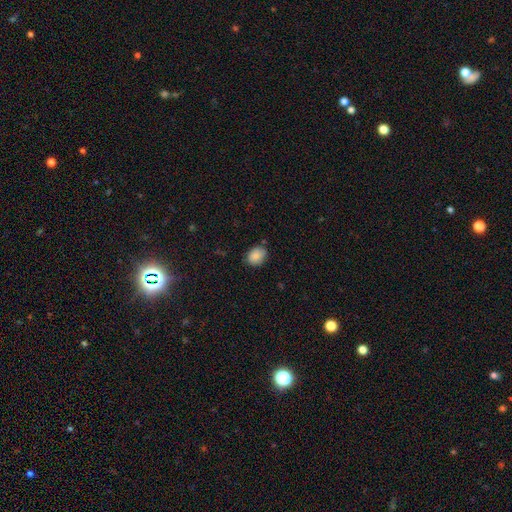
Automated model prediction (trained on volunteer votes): Morphology: type=smooth (87%); roundness=in between (54%); merging=none (77%).